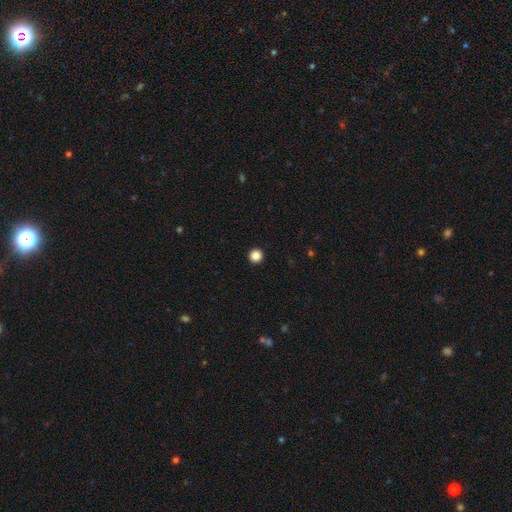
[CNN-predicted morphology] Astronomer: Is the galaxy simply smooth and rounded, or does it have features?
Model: smooth — 86%.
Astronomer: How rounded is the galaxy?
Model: round — 97%.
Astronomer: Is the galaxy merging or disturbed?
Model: none — 95%.